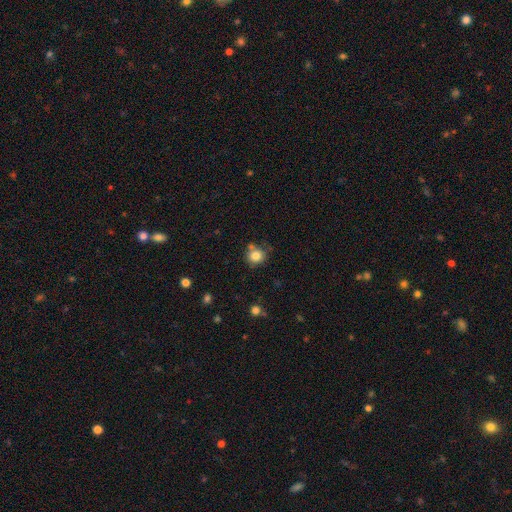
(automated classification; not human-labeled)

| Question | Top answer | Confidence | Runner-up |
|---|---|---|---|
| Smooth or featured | smooth | 82% | star or artifact (11%) |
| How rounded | round | 86% | in between (13%) |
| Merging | none | 69% | minor disturbance (15%) |